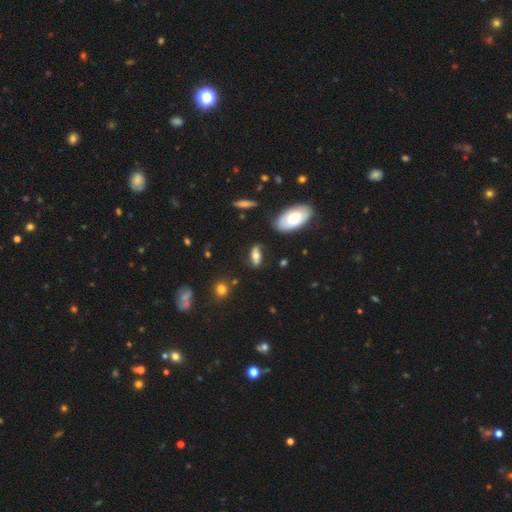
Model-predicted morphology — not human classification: Q: Smooth or featured?
A: smooth (53%); runner-up: featured or disk (37%)
Q: How rounded?
A: in between (76%); runner-up: cigar-shaped (17%)
Q: Merging?
A: none (64%); runner-up: minor disturbance (21%)